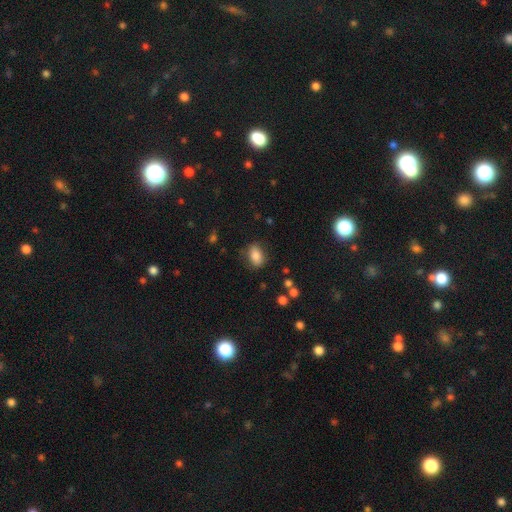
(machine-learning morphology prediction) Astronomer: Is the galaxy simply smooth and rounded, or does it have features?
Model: smooth — 84%.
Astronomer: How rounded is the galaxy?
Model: in between — 84%.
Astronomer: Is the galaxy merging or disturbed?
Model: none — 79%.